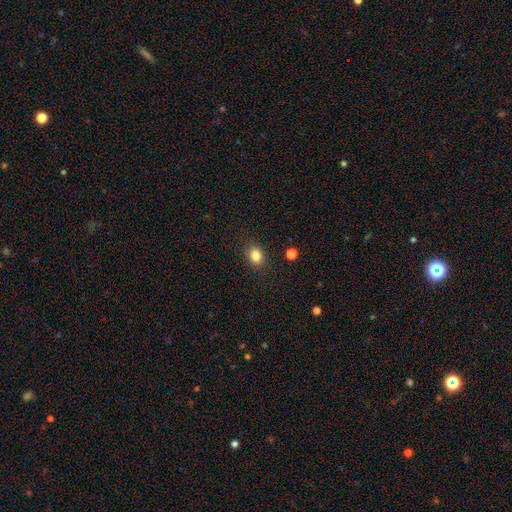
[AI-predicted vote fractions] This is clearly a smooth galaxy (84%). How rounded: likely in between (61%). Merging: clearly none (86%).